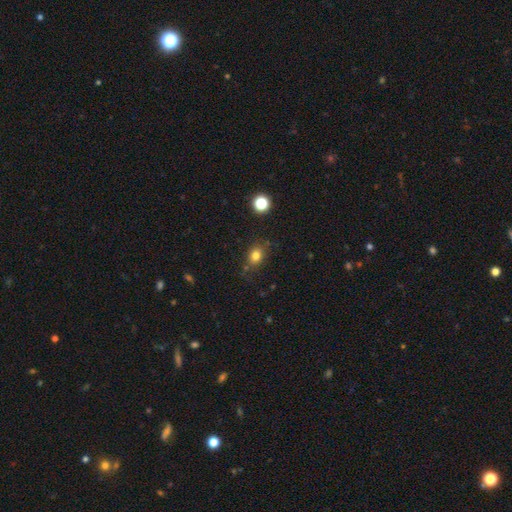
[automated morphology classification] Smooth or featured? smooth (79%)
How rounded? round (51%)
Merging? none (76%)